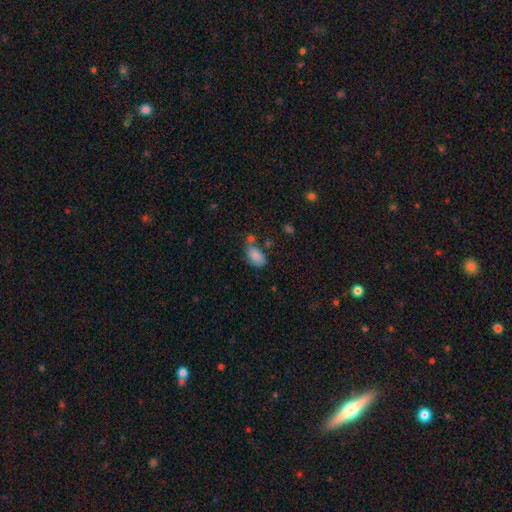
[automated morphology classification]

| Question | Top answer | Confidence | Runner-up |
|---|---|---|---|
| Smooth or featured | smooth | 83% | star or artifact (9%) |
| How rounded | in between | 92% | round (5%) |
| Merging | none | 48% | minor disturbance (25%) |